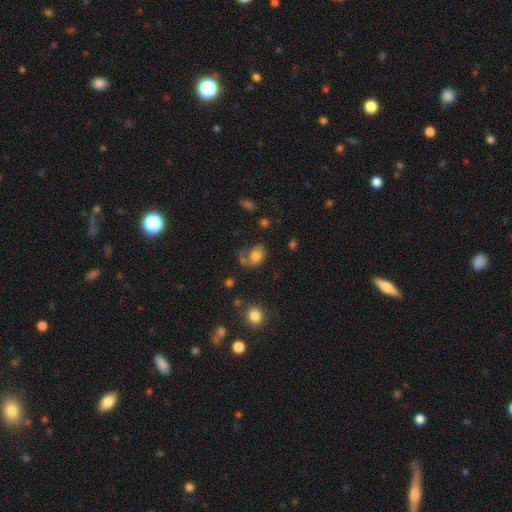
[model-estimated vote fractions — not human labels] The model was most divided on "merging": none: 40%, major disturbance: 25%, minor disturbance: 21%, merger: 14%. More confident: smooth or featured — smooth (74%); how rounded — in between (66%).